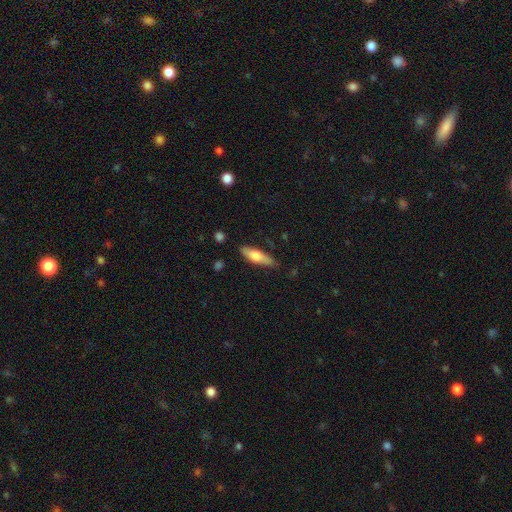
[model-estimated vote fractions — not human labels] Overall: smooth (62%; featured or disk 32%). How rounded: cigar-shaped (57%; in between 41%). Merging: none (81%).